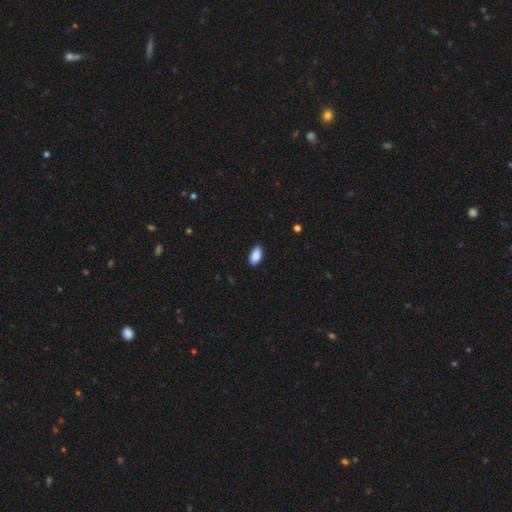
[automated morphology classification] type=smooth (90%); roundness=in between (94%); merging=none (87%).